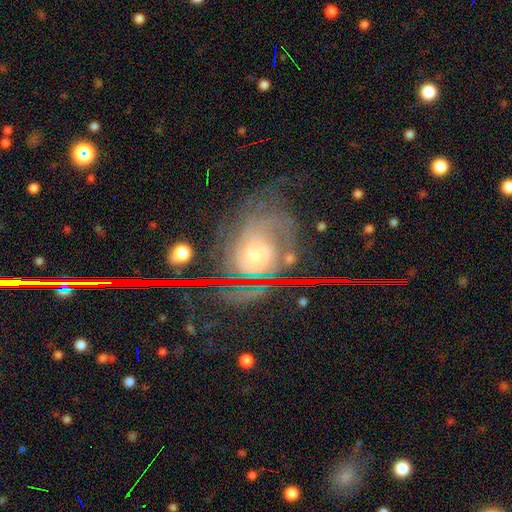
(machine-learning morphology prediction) Smooth or featured?
  - featured or disk: 69% *
  - smooth: 16%
  - star or artifact: 15%
Edge-on disk?
  - no: 95% *
  - yes: 5%
Bar?
  - no: 78% *
  - weak: 18%
  - strong: 5%
Spiral arms?
  - yes: 87% *
  - no: 13%
Spiral winding?
  - tight: 52% *
  - medium: 34%
  - loose: 14%
Spiral arm count?
  - can't tell: 38% *
  - 2: 23%
  - 3: 15%
  - 4: 8%
  - 1: 8%
  - more than 4: 7%
Bulge size?
  - small: 48% *
  - moderate: 37%
  - large: 8%
  - none: 5%
  - dominant: 2%
Merging?
  - none: 57% *
  - minor disturbance: 21%
  - major disturbance: 19%
  - merger: 3%